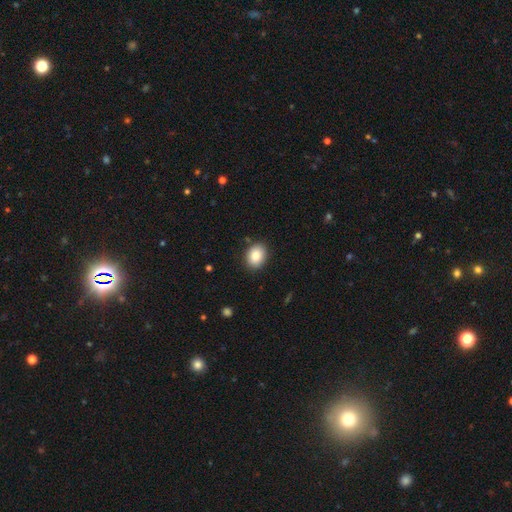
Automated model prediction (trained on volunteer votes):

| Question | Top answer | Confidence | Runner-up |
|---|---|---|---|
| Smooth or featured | smooth | 86% | star or artifact (8%) |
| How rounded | in between | 58% | round (41%) |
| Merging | none | 88% | minor disturbance (9%) |